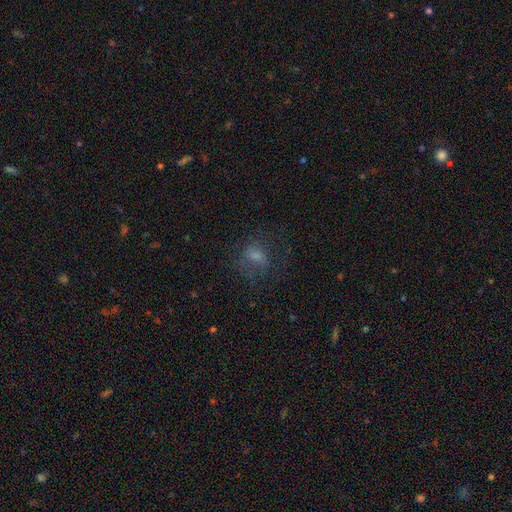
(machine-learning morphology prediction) The model was most divided on "how rounded": in between: 54%, round: 42%, cigar-shaped: 4%. More confident: merging — none (62%); smooth or featured — smooth (52%).